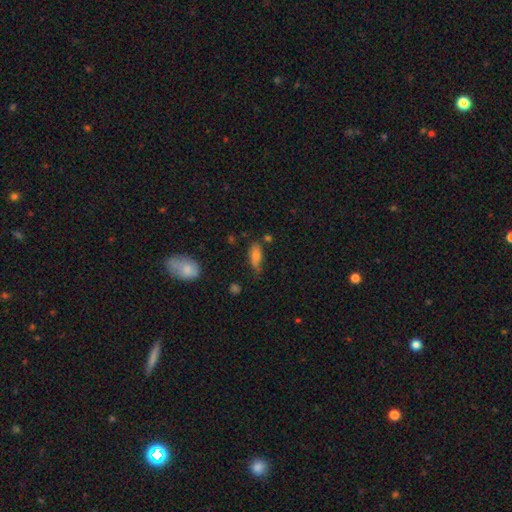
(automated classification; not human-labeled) smooth_or_featured: smooth (p=0.76) [alt: featured or disk p=0.15]
how_rounded: in between (p=0.73) [alt: cigar-shaped p=0.24]
merging: none (p=0.57) [alt: minor disturbance p=0.31]